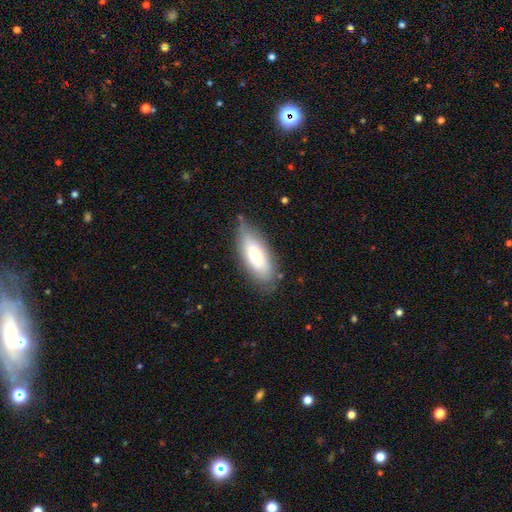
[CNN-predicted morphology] Smooth or featured: smooth — 66% (featured or disk — 27%)
How rounded: in between — 82% (cigar-shaped — 16%)
Merging: none — 73% (minor disturbance — 20%)